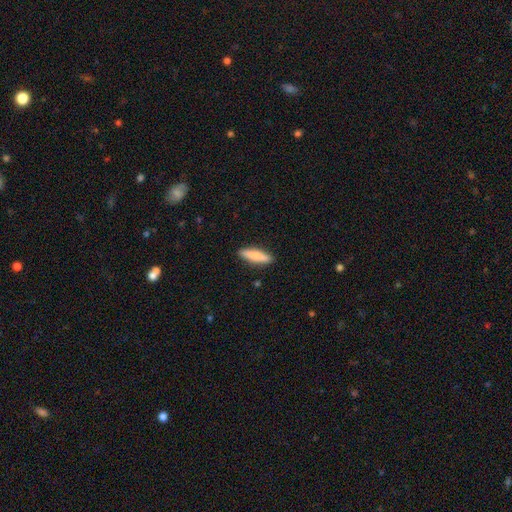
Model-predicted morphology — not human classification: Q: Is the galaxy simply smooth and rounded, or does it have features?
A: smooth — 77%.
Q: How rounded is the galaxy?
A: cigar-shaped — 74%.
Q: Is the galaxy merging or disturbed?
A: none — 90%.